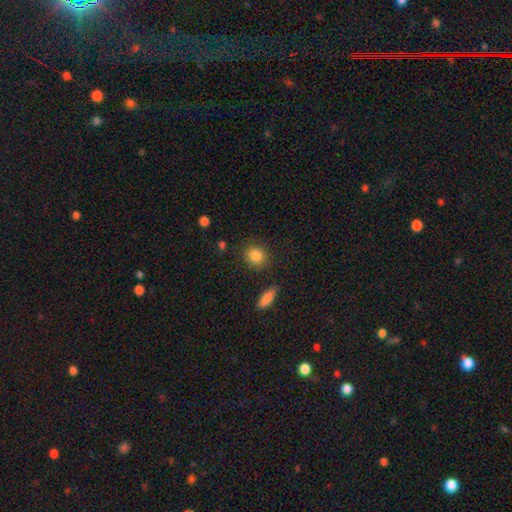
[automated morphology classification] This is clearly a smooth galaxy (87%). How rounded: likely round (71%). Merging: clearly none (85%).